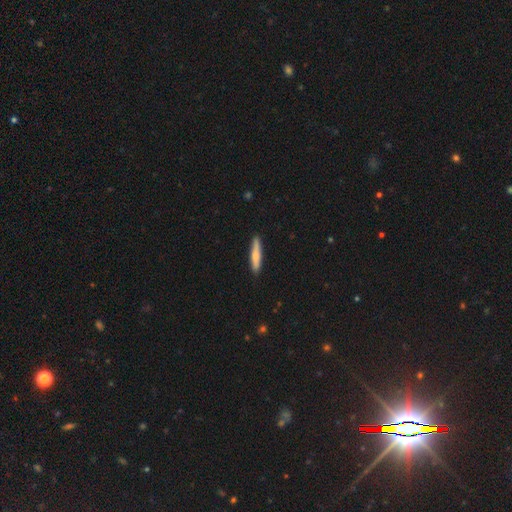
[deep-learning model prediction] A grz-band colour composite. It shows a smooth galaxy with no disk features (68%) that is cigar-shaped (90%). Merging: none (89%).